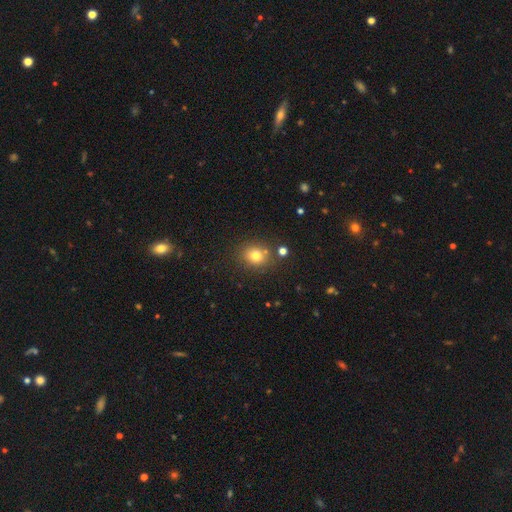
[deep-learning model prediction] A smooth galaxy with no disk features (76%) that is round (74%).

Vote fractions:
- Smooth or featured? smooth: 76% / star or artifact: 15% / featured or disk: 9%
- How rounded? round: 74% / in between: 25% / cigar-shaped: 1%
- Merging? none: 77% / minor disturbance: 10% / merger: 9% / major disturbance: 3%